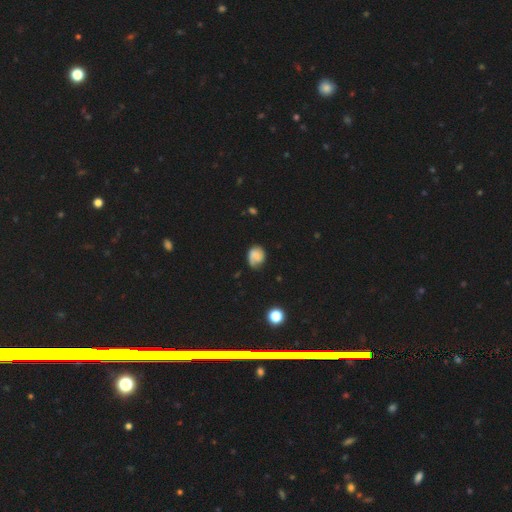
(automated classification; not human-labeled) Smooth or featured?
  - smooth: 52% *
  - featured or disk: 39%
  - star or artifact: 9%
How rounded?
  - round: 57% *
  - in between: 42%
  - cigar-shaped: 1%
Merging?
  - none: 57% *
  - minor disturbance: 28%
  - major disturbance: 13%
  - merger: 2%